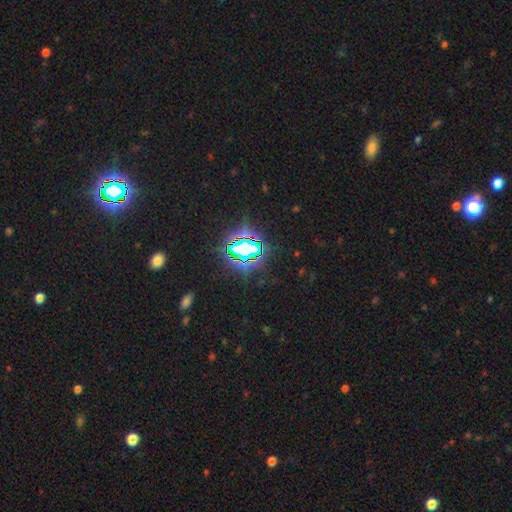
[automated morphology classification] The model was most divided on "smooth or featured": star or artifact: 83%, smooth: 11%, featured or disk: 6%.